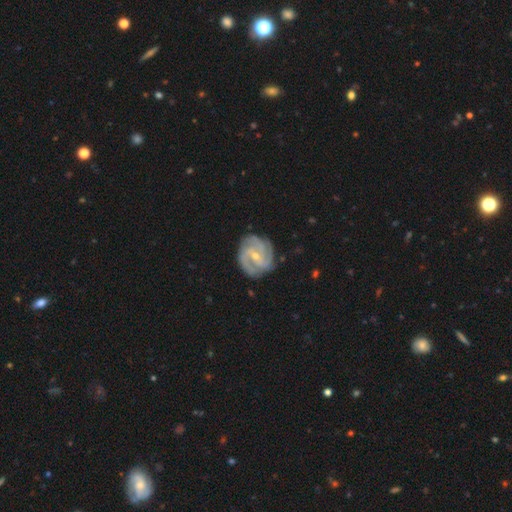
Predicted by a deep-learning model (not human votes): This appears to be a featured or disk galaxy (91%) with a weak bar (48%), 3 (46%) tight (54%) spiral arms (98%) and a small central bulge (60%). Merging: none (80%).